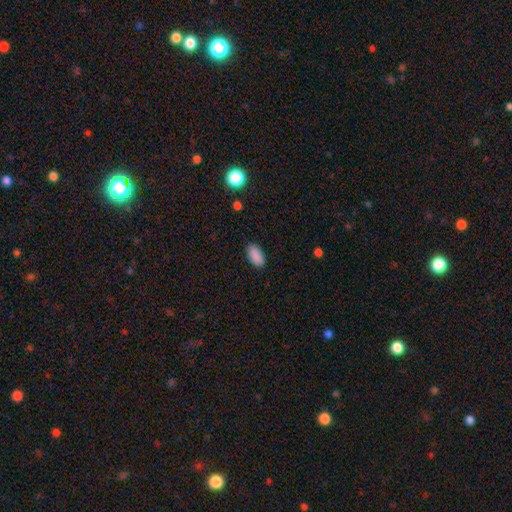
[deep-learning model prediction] Overall: smooth (89%). How rounded: in between (93%). Merging: none (86%).